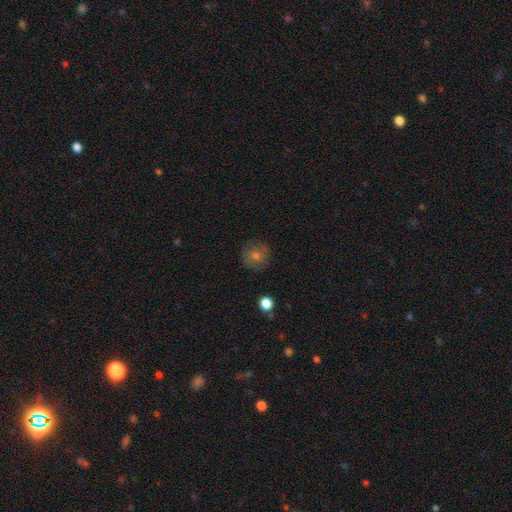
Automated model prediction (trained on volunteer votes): This appears to be a smooth galaxy with no disk features (59%) that is round (91%). Merging: none (85%).